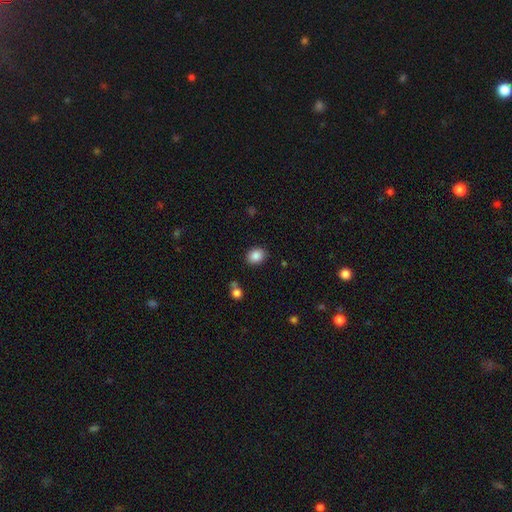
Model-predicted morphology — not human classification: A smooth galaxy with no disk features (87%) that is in between round and cigar-shaped (51%). Merging: none (86%).